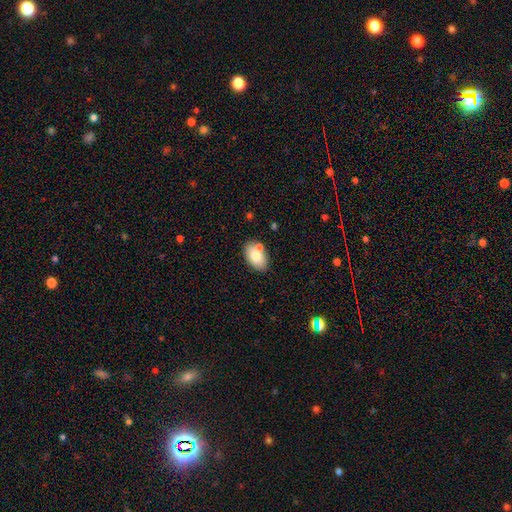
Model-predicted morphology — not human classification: smooth 74%, featured or disk 18%, star or artifact 7%. Down the decision tree: how rounded — in between (90%); merging — none (71%).